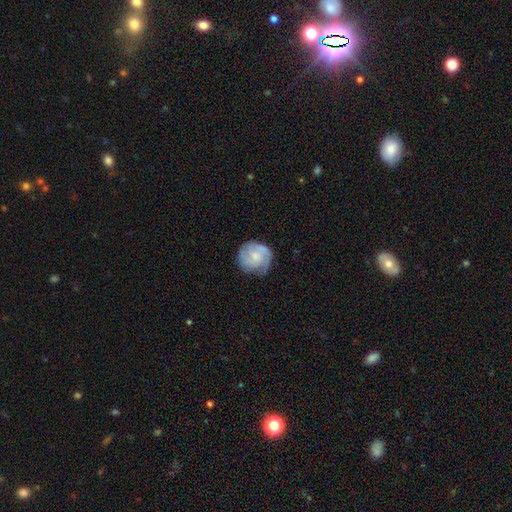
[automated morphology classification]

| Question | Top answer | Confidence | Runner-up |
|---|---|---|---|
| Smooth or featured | featured or disk | 55% | smooth (38%) |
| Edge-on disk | no | 98% | yes (2%) |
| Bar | no | 71% | weak (26%) |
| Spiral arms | yes | 89% | no (11%) |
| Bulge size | small | 49% | moderate (37%) |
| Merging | none | 67% | minor disturbance (24%) |